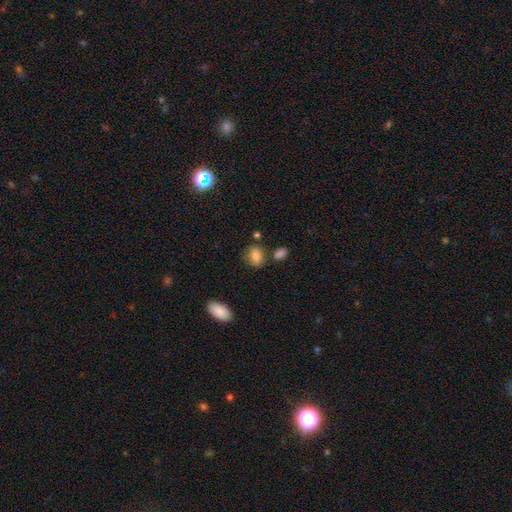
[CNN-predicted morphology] Smooth or featured? smooth (83%)
How rounded? in between (65%)
Merging? none (71%)